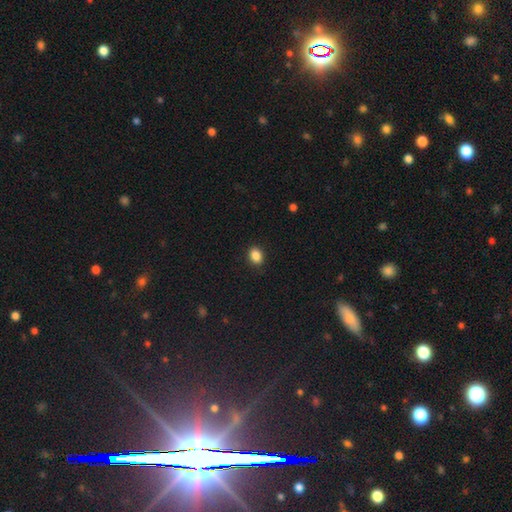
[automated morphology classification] A smooth galaxy with no disk features (87%) that is in between round and cigar-shaped (59%).

Vote fractions:
- Smooth or featured? smooth: 87% / star or artifact: 9% / featured or disk: 3%
- How rounded? in between: 59% / round: 40% / cigar-shaped: 1%
- Merging? none: 89% / minor disturbance: 8% / major disturbance: 2% / merger: 1%